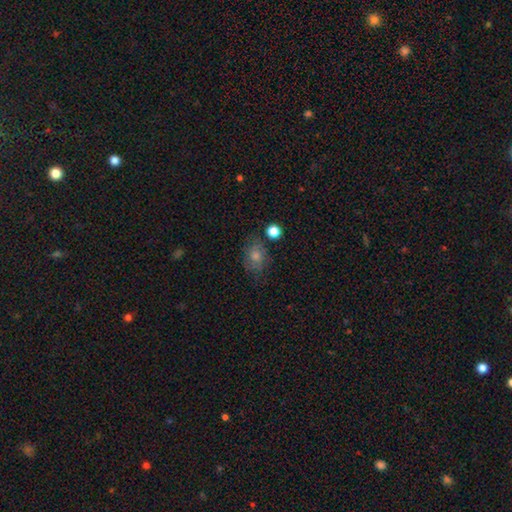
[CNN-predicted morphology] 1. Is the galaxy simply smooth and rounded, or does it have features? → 50% smooth, 26% featured or disk, 24% star or artifact.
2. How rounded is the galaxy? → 54% in between, 45% round, 2% cigar-shaped.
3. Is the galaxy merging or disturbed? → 73% none, 17% minor disturbance, 6% major disturbance, 4% merger.